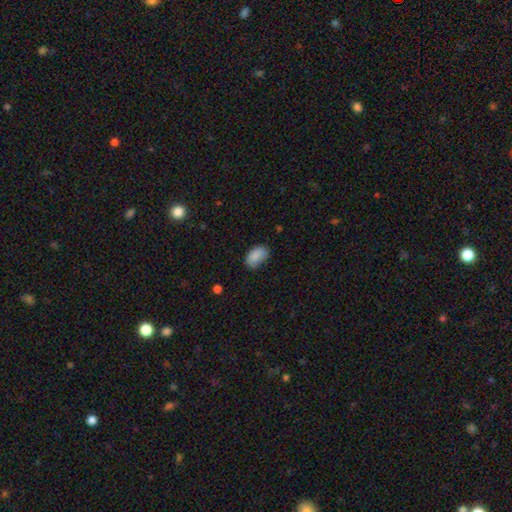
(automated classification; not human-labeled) Smooth or featured? smooth (87%)
How rounded? in between (92%)
Merging? none (73%)